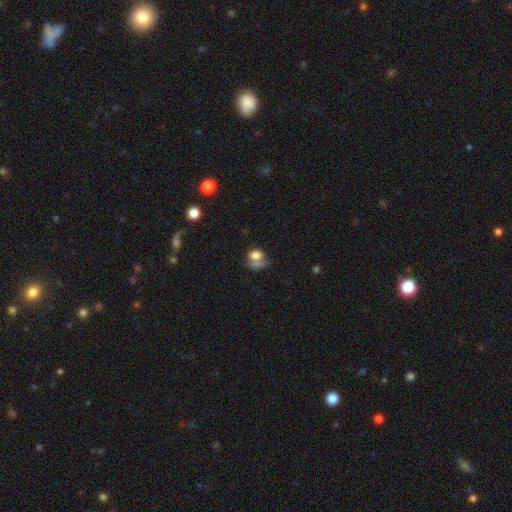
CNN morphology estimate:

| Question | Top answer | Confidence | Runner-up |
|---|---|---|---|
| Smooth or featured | smooth | 71% | featured or disk (17%) |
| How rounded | round | 49% | tied: in between (49%) |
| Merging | merger | 36% | none (30%) |